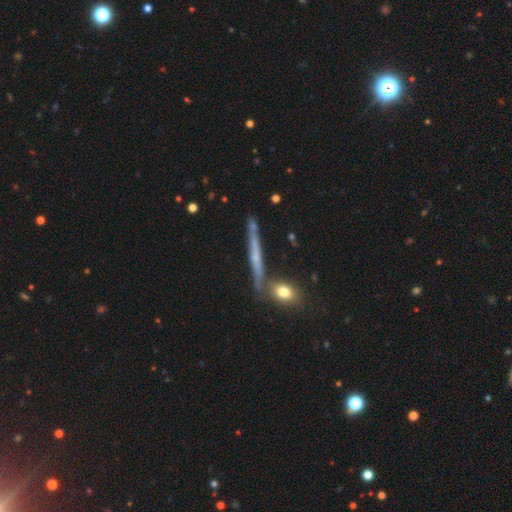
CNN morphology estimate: type=featured or disk (61%); edge-on=yes (94%); edge-on bulge=none (65%); merging=none (78%).